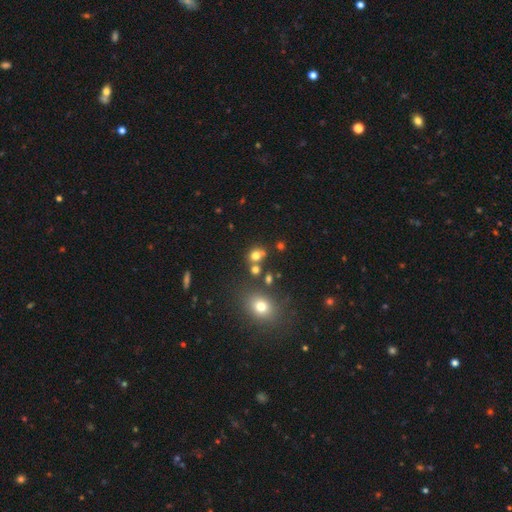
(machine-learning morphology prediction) This appears to be a smooth galaxy with no disk features (72%) that is round (75%). Merging: none (59%).